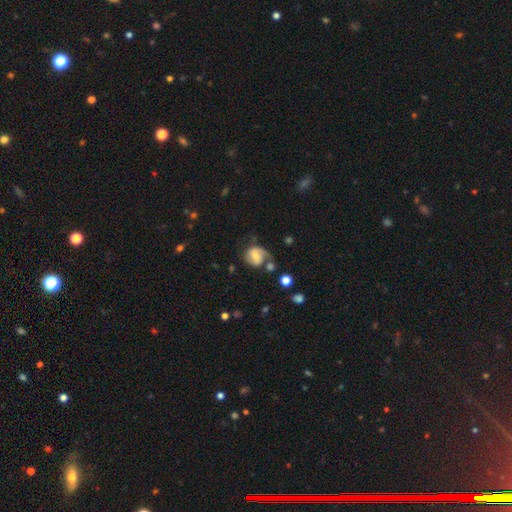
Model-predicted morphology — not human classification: Q: Smooth or featured?
A: featured or disk (59%); runner-up: smooth (33%)
Q: Edge-on disk?
A: no (98%); runner-up: yes (2%)
Q: Bar?
A: no (45%); runner-up: weak (43%)
Q: Spiral arms?
A: yes (86%); runner-up: no (14%)
Q: Bulge size?
A: moderate (47%); runner-up: small (41%)
Q: Merging?
A: none (49%); runner-up: minor disturbance (25%)